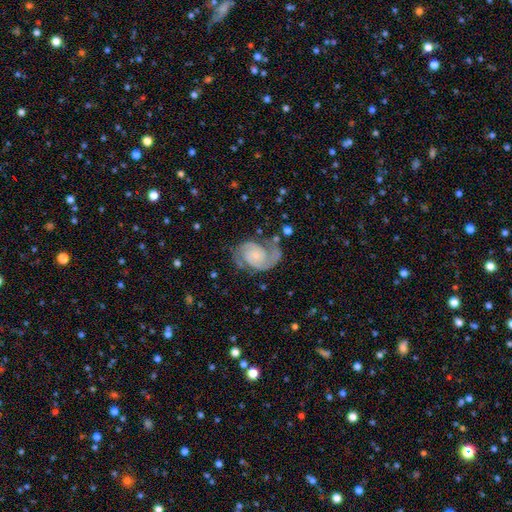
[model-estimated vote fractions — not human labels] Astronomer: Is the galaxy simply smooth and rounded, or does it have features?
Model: featured or disk — 89%.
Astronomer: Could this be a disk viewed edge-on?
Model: no — 98%.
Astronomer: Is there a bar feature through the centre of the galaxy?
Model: no — 71%.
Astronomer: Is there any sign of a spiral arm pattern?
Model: yes — 98%.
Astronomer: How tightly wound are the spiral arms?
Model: medium — 47% (runner-up: tight, 42%).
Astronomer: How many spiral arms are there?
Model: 2 — 90%.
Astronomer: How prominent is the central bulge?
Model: small — 71%.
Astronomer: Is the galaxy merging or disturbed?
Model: none — 69%.